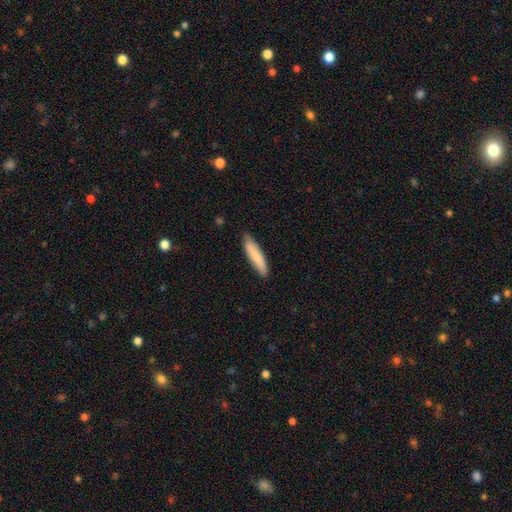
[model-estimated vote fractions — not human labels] Smooth or featured?
  - smooth: 83% *
  - featured or disk: 12%
  - star or artifact: 5%
How rounded?
  - cigar-shaped: 82% *
  - in between: 17%
  - round: 1%
Merging?
  - none: 84% *
  - minor disturbance: 13%
  - major disturbance: 2%
  - merger: 1%